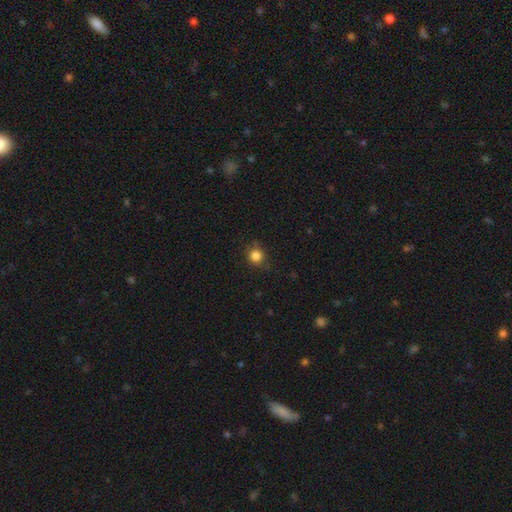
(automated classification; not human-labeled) Smooth or featured? smooth (84%)
How rounded? round (91%)
Merging? none (82%)